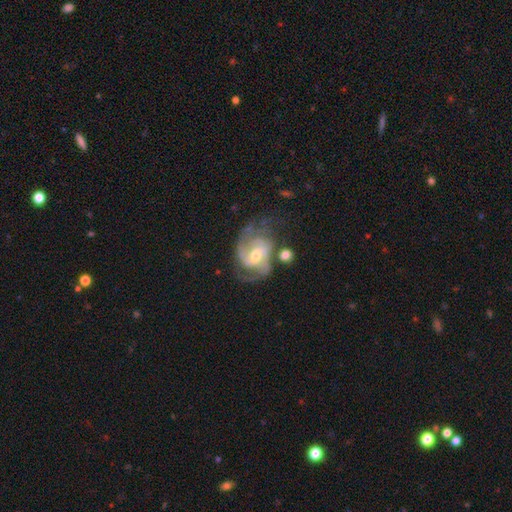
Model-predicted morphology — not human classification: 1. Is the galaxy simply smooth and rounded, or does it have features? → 86% featured or disk, 8% smooth, 5% star or artifact.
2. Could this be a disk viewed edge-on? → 98% no, 2% yes.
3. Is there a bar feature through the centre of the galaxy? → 48% weak, 37% no, 15% strong.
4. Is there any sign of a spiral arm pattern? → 95% yes, 5% no.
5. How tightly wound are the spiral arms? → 49% medium, 33% tight, 18% loose.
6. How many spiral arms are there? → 52% 2, 20% 3, 16% can't tell, 5% 4, 4% 1, 3% more than 4.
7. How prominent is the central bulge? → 58% moderate, 38% small, 3% large, 1% none, 1% dominant.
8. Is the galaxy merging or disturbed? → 51% none, 22% minor disturbance, 19% major disturbance, 8% merger.